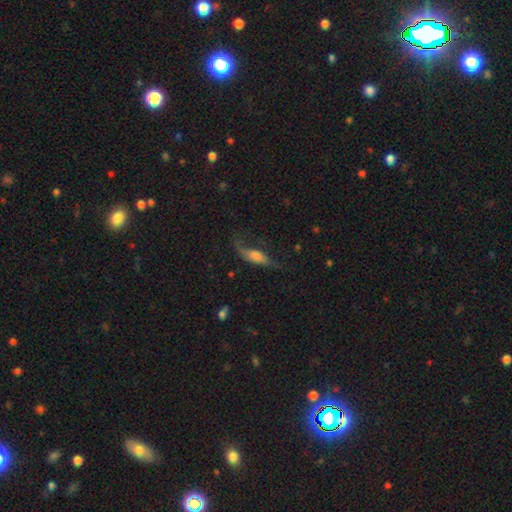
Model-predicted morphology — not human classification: Smooth or featured?
  - smooth: 47% *
  - featured or disk: 43%
  - star or artifact: 9%
Merging?
  - none: 40% *
  - major disturbance: 32%
  - minor disturbance: 25%
  - merger: 3%